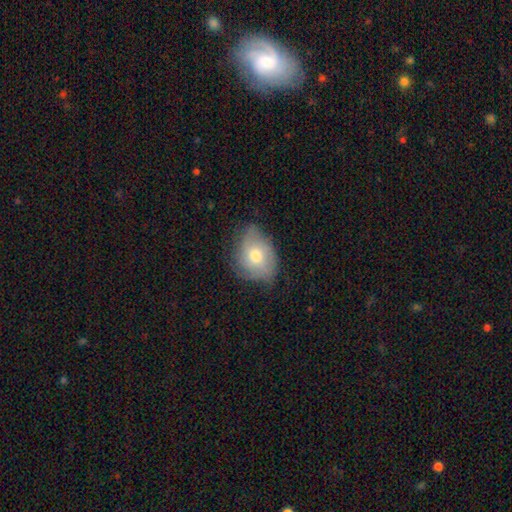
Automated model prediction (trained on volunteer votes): Q: Smooth or featured?
A: smooth (53%); runner-up: featured or disk (38%)
Q: How rounded?
A: in between (61%); runner-up: round (38%)
Q: Merging?
A: none (58%); runner-up: minor disturbance (31%)